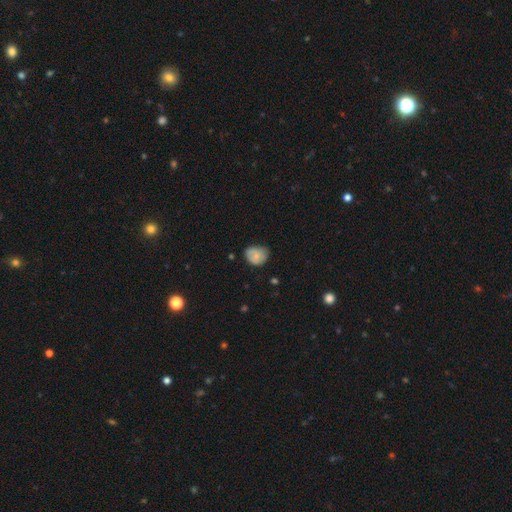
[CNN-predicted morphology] Q: Smooth or featured?
A: smooth (68%); runner-up: featured or disk (24%)
Q: How rounded?
A: round (54%); runner-up: in between (45%)
Q: Merging?
A: none (54%); runner-up: minor disturbance (36%)